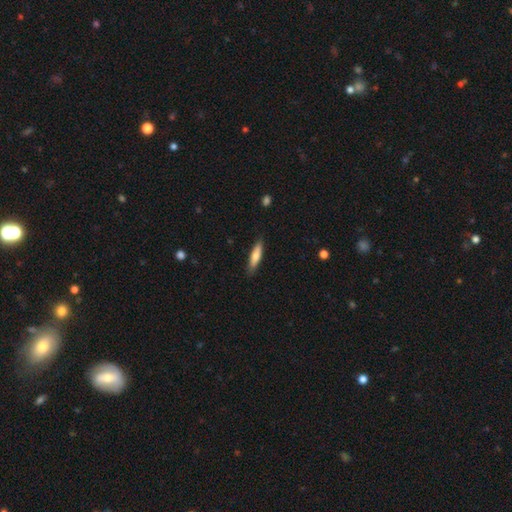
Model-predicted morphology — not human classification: smooth 73%, featured or disk 21%, star or artifact 6%. Down the decision tree: how rounded — cigar-shaped (75%); merging — none (85%).